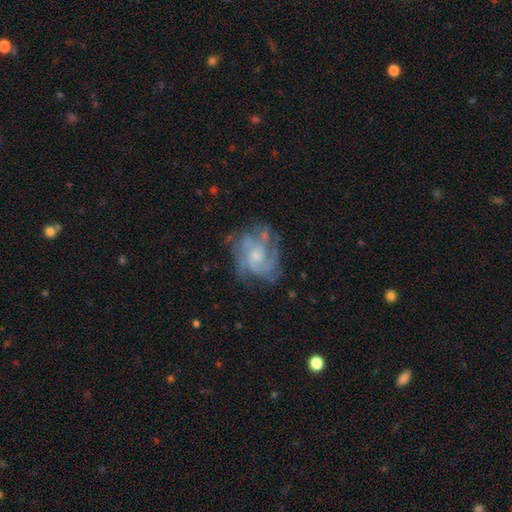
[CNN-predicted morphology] smooth_or_featured: featured or disk (p=0.83) [alt: smooth p=0.09]
disk_edge_on: no (p=0.98) [alt: yes p=0.02]
bar: no (p=0.70) [alt: weak p=0.25]
has_spiral_arms: yes (p=0.93) [alt: no p=0.07]
spiral_winding: tight (p=0.46) [alt: medium p=0.42]
spiral_arm_count: 3 (p=0.30) [alt: can't tell p=0.26]
bulge_size: small (p=0.50) [alt: moderate p=0.39]
merging: none (p=0.66) [alt: minor disturbance p=0.19]